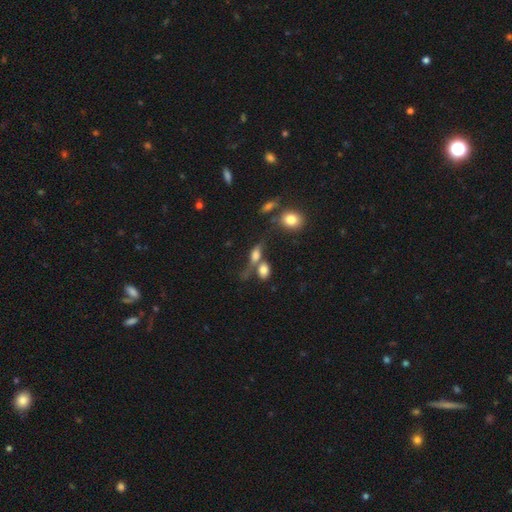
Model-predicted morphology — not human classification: A smooth galaxy with no disk features (61%) that is in between round and cigar-shaped (63%). Merging: merger (44%).